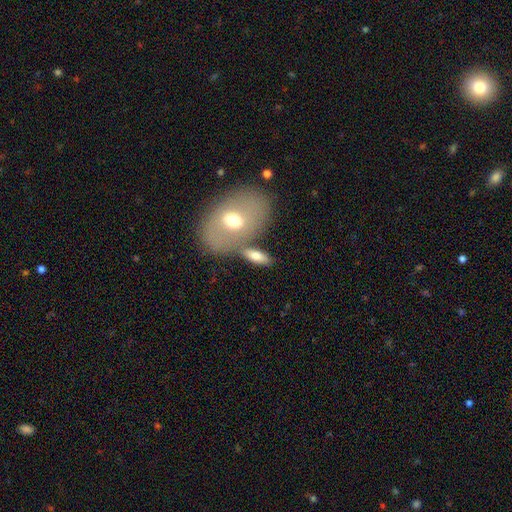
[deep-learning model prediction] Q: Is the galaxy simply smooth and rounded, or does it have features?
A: smooth — 66%.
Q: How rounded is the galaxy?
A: in between — 76%.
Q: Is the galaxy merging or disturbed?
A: none — 59%.